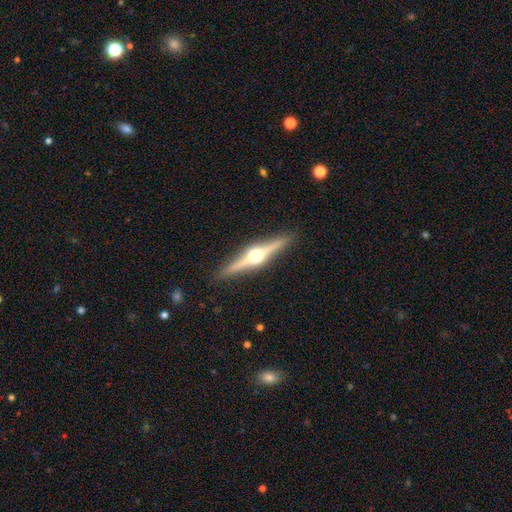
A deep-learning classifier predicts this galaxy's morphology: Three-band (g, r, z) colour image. It shows a featured or disk galaxy (82%) viewed edge-on (98%) with a rounded central bulge (96%). Merging: none (91%).